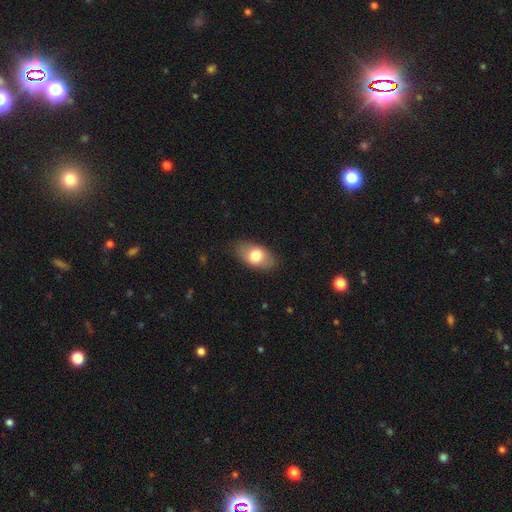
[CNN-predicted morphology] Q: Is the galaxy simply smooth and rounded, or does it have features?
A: smooth — 74%.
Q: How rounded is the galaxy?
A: in between — 90%.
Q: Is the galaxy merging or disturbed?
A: none — 82%.